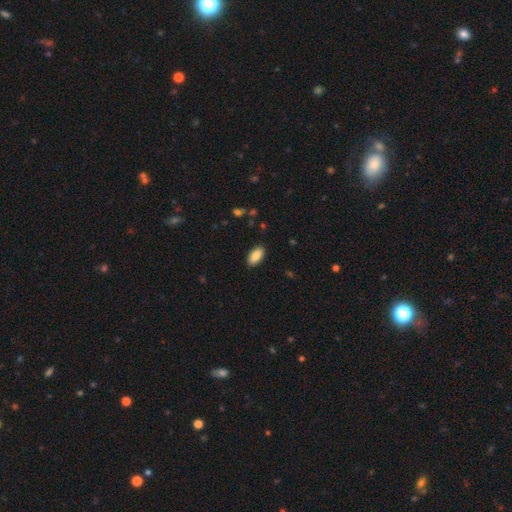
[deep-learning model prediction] Smooth or featured?
  - smooth: 85% *
  - featured or disk: 8%
  - star or artifact: 7%
How rounded?
  - in between: 93% *
  - cigar-shaped: 5%
  - round: 3%
Merging?
  - none: 89% *
  - minor disturbance: 8%
  - major disturbance: 2%
  - merger: 1%